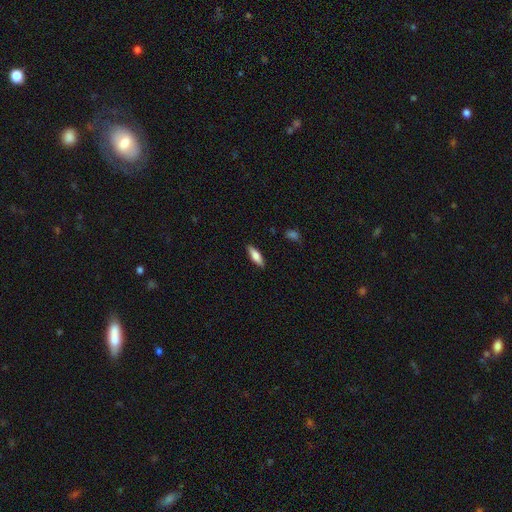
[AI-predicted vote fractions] This appears to be a smooth galaxy with no disk features (73%) that is in between round and cigar-shaped (53%). Merging: none (88%).